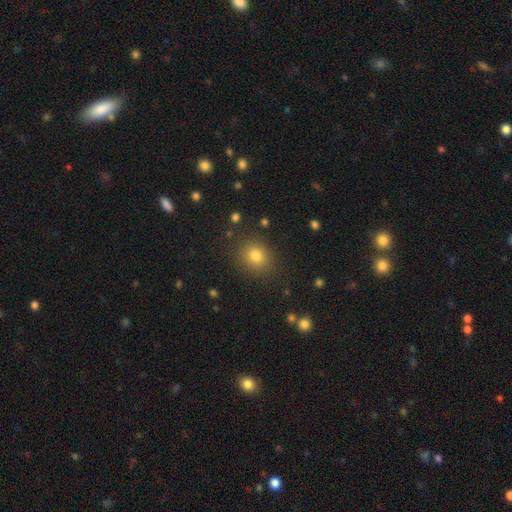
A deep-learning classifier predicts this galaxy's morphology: Overall: smooth (79%). How rounded: round (71%). Merging: none (86%).